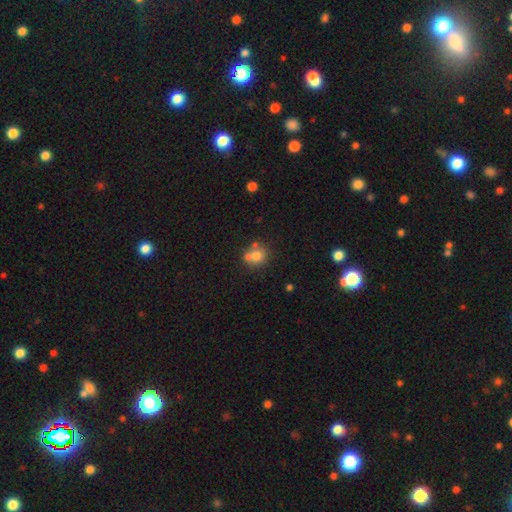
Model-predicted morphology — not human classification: A smooth galaxy with no disk features (71%) that is round (83%).

Vote fractions:
- Smooth or featured? smooth: 71% / featured or disk: 17% / star or artifact: 12%
- How rounded? round: 83% / in between: 16% / cigar-shaped: 1%
- Merging? none: 50% / merger: 36% / minor disturbance: 10% / major disturbance: 4%